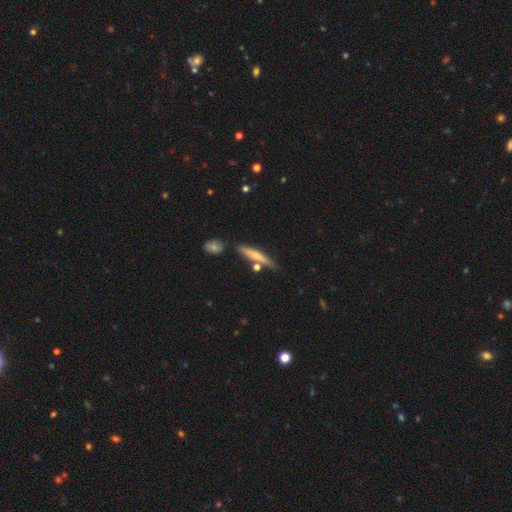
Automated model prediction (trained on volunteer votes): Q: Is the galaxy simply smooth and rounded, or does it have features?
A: smooth — 47%, tied with featured or disk.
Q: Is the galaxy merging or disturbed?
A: none — 76%.